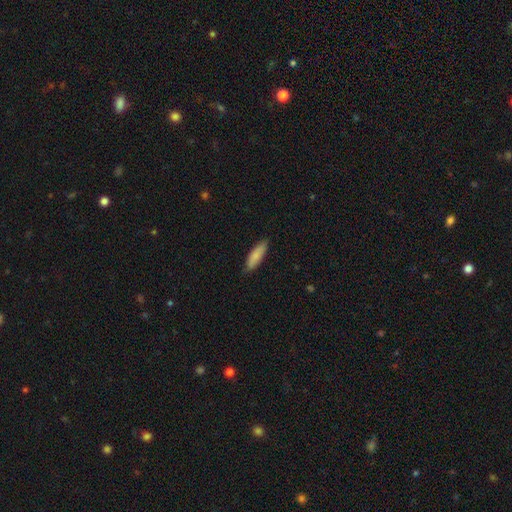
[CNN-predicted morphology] type=smooth (85%); roundness=cigar-shaped (50%); merging=none (85%).